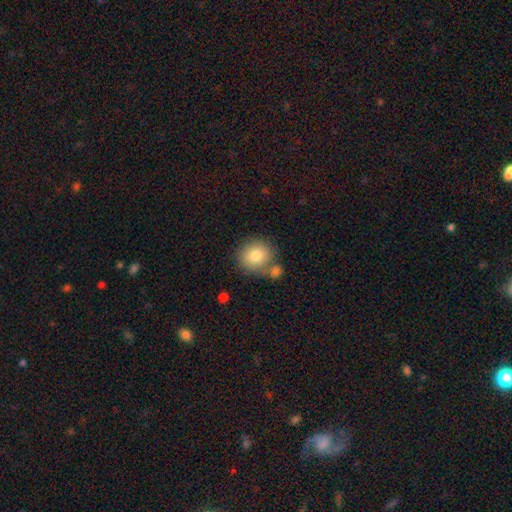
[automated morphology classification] Smooth or featured? smooth (80%)
How rounded? round (84%)
Merging? none (63%)